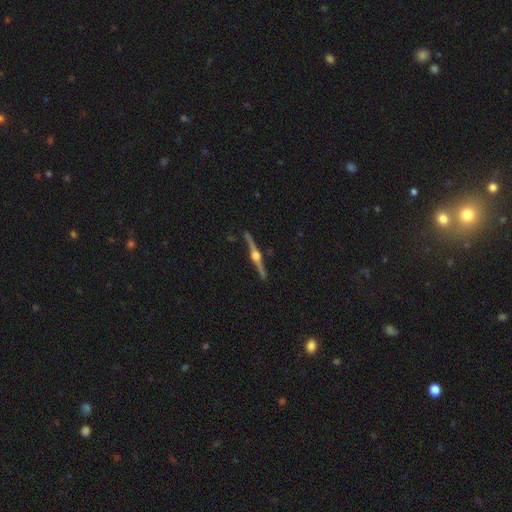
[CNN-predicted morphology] This is clearly a featured or disk galaxy (89%). It is clearly viewed edge-on (99%). Edge-on bulge: clearly rounded (96%). Merging: clearly none (91%).